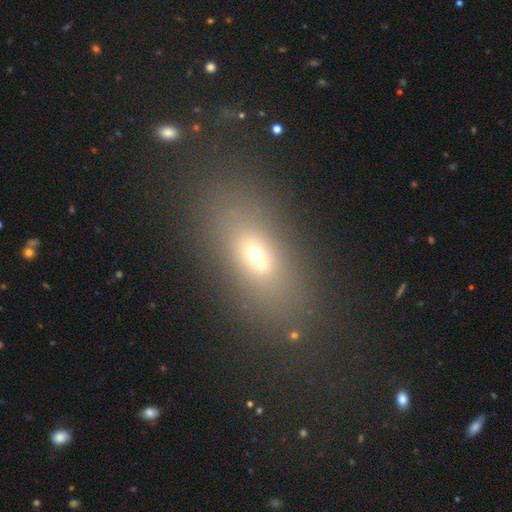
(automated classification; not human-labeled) smooth-or-featured: smooth: 56% | star or artifact: 22% | featured or disk: 22%
  how-rounded: in between: 70% | round: 16% | cigar-shaped: 14%
  merging: none: 72% | minor disturbance: 11% | merger: 8% | major disturbance: 8%